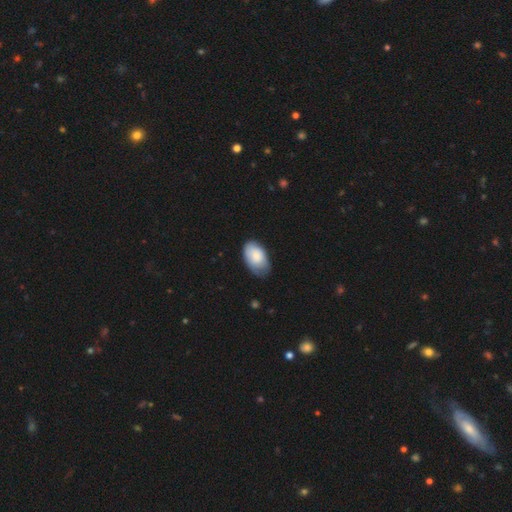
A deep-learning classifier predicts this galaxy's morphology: Overall: smooth (82%). How rounded: in between (93%). Merging: none (61%; minor disturbance 32%).